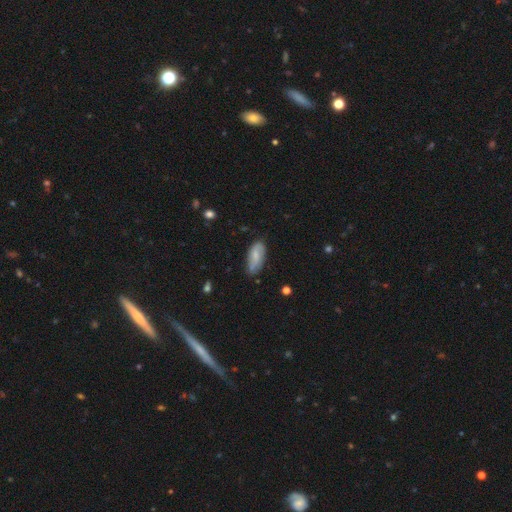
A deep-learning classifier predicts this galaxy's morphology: Smooth or featured? Predicted: smooth (p=0.63). How rounded? Predicted: in between (p=0.84). Merging? Predicted: none (p=0.65).